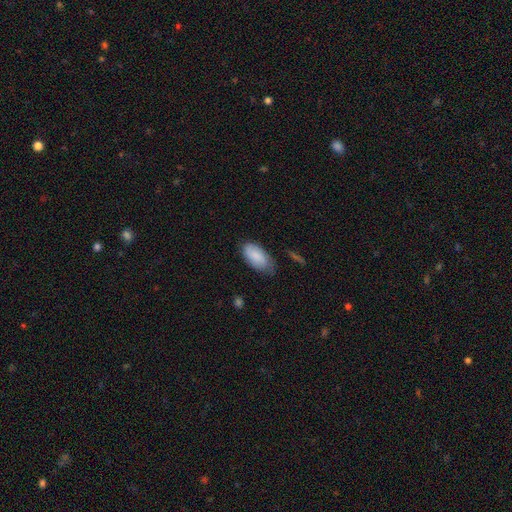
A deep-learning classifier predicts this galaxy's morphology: smooth 83%, featured or disk 12%, star or artifact 6%. Down the decision tree: how rounded — in between (94%); merging — none (64%).